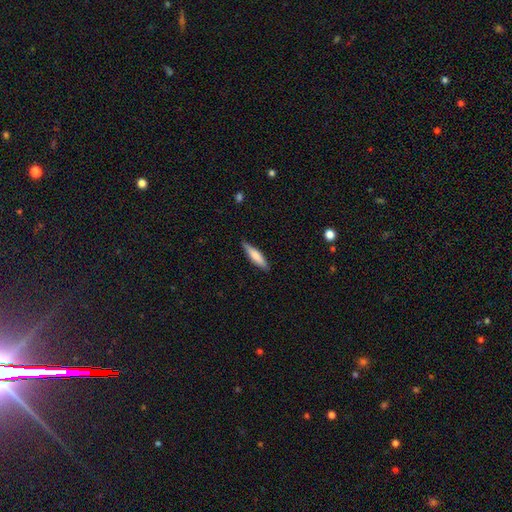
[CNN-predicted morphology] A smooth galaxy with no disk features (68%) that is cigar-shaped (79%).

Vote fractions:
- Smooth or featured? smooth: 68% / featured or disk: 27% / star or artifact: 5%
- How rounded? cigar-shaped: 79% / in between: 20% / round: 2%
- Merging? none: 85% / minor disturbance: 12% / major disturbance: 2% / merger: 1%